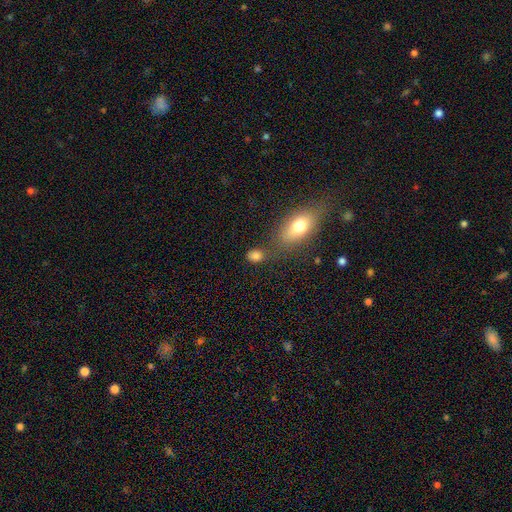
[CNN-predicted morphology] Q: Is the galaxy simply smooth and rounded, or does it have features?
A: smooth — 81%.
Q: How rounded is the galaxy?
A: in between — 62%.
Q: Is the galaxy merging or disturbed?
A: none — 64%.